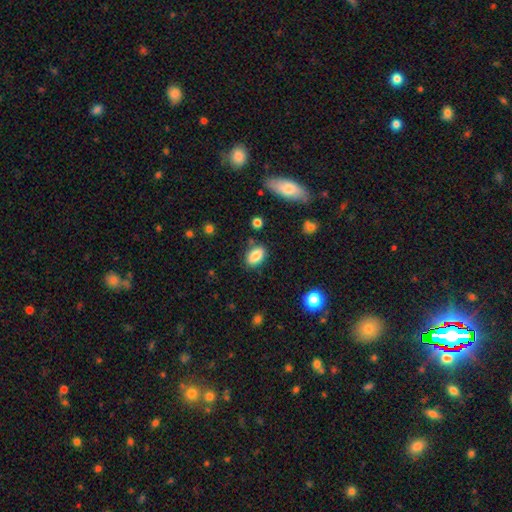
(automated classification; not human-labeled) smooth 85%, star or artifact 8%, featured or disk 7%. Down the decision tree: how rounded — in between (89%); merging — none (82%).